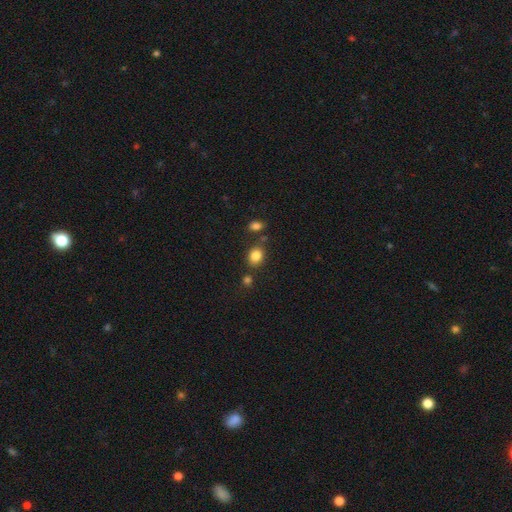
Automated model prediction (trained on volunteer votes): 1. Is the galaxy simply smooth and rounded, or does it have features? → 84% smooth, 11% star or artifact, 5% featured or disk.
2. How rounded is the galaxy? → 53% round, 46% in between, 1% cigar-shaped.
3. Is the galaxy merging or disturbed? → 74% none, 12% minor disturbance, 10% merger, 4% major disturbance.